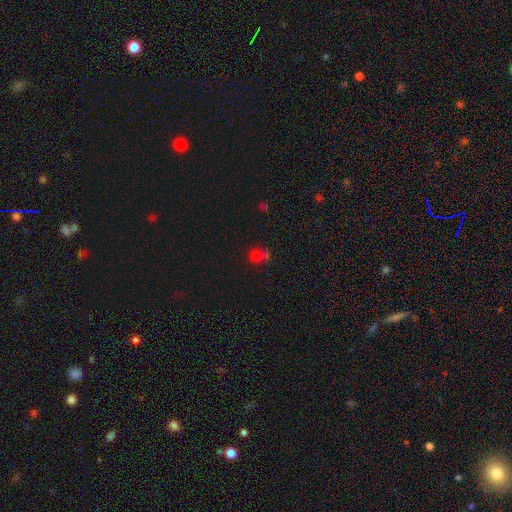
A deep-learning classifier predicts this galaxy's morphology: A smooth galaxy with no disk features (58%) that is in between round and cigar-shaped (55%).

Vote fractions:
- Smooth or featured? smooth: 58% / star or artifact: 32% / featured or disk: 10%
- How rounded? in between: 55% / round: 42% / cigar-shaped: 3%
- Merging? none: 59% / merger: 18% / minor disturbance: 15% / major disturbance: 8%